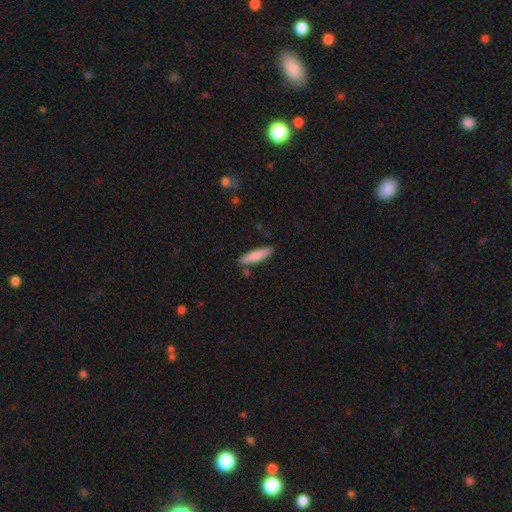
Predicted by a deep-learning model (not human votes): The model was most divided on "how rounded": cigar-shaped: 77%, in between: 21%, round: 1%. More confident: smooth or featured — smooth (83%); merging — none (82%).